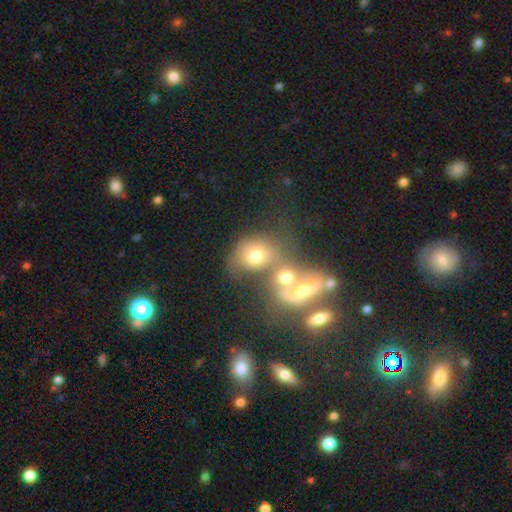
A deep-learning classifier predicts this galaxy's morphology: type=smooth (65%); roundness=round (65%); merging=merger (52%).